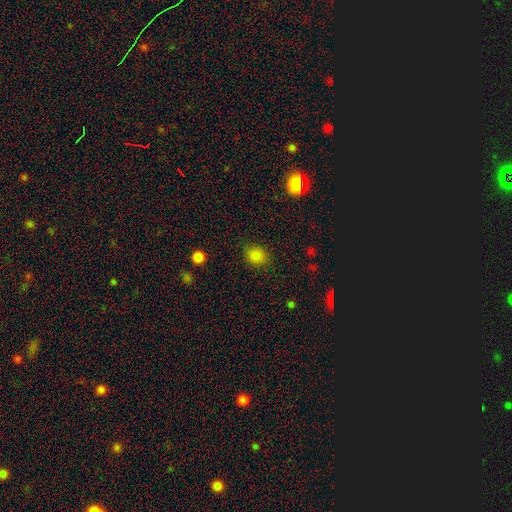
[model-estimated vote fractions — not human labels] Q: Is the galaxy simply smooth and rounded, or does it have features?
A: smooth — 84%.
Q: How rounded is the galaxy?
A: round — 68%.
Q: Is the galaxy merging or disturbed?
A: none — 86%.